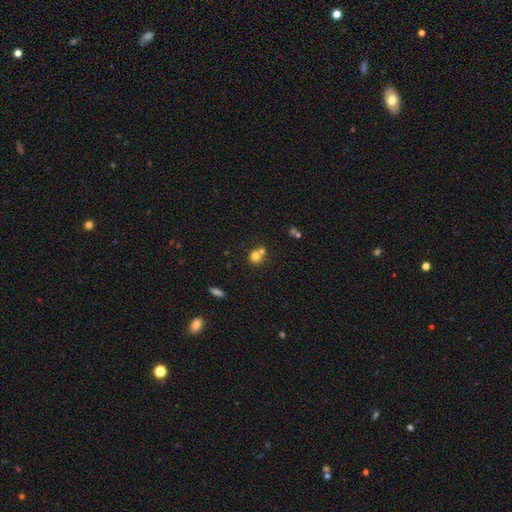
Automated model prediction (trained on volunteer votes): Smooth or featured: smooth — 74% (star or artifact — 14%)
How rounded: round — 85% (in between — 14%)
Merging: none — 47% (merger — 43%)